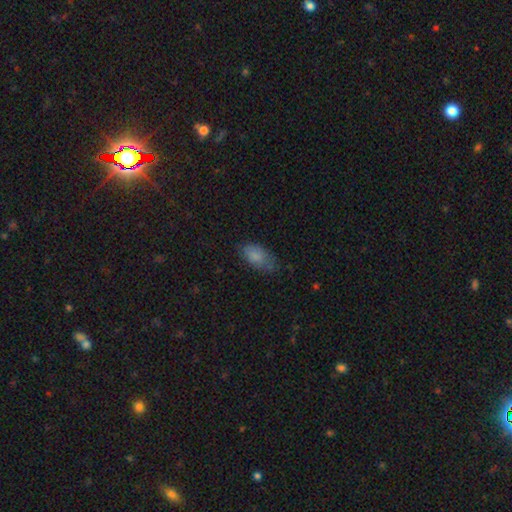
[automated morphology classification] type=smooth (82%); roundness=in between (93%); merging=none (58%).